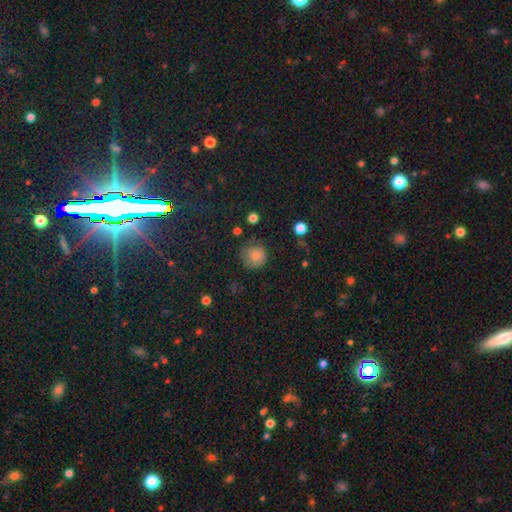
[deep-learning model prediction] smooth 78%, star or artifact 12%, featured or disk 9%. Down the decision tree: how rounded — round (90%); merging — none (69%).